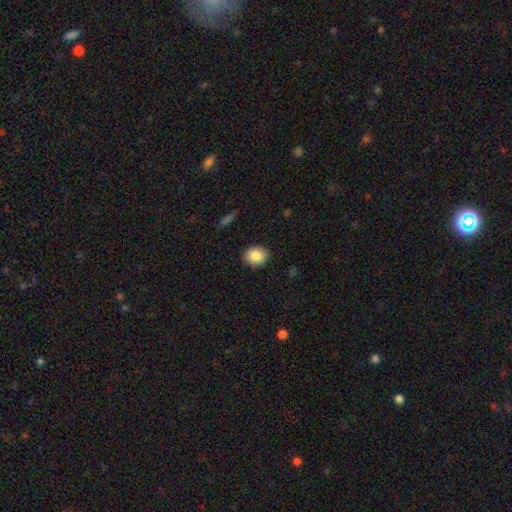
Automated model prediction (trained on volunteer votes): smooth 87%, star or artifact 8%, featured or disk 5%. Down the decision tree: how rounded — round (64%); merging — none (90%).